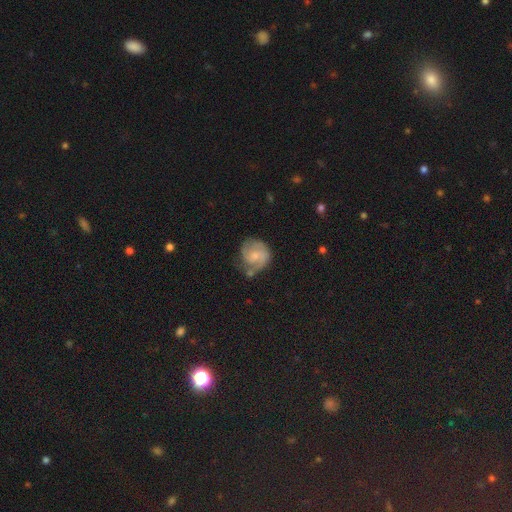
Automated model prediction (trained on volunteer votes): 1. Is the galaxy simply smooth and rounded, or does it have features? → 69% featured or disk, 25% smooth, 6% star or artifact.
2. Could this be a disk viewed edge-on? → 98% no, 2% yes.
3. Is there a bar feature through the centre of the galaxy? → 63% no, 33% weak, 4% strong.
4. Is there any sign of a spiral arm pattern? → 92% yes, 8% no.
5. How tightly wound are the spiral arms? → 45% tight, 41% medium, 14% loose.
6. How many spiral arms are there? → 54% 2, 17% can't tell, 13% 1, 11% 3, 2% 4, 2% more than 4.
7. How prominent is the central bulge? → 53% small, 34% moderate, 9% none, 3% large, 1% dominant.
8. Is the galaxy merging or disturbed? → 57% none, 25% minor disturbance, 11% major disturbance, 6% merger.